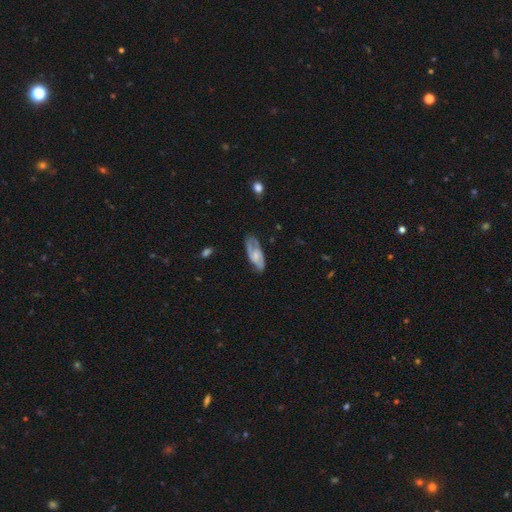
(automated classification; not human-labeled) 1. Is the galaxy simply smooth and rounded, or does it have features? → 62% featured or disk, 32% smooth, 6% star or artifact.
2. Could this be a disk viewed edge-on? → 90% no, 10% yes.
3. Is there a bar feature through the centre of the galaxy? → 61% no, 31% weak, 7% strong.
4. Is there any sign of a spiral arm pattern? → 83% yes, 17% no.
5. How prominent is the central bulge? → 50% small, 29% moderate, 15% none, 4% large, 1% dominant.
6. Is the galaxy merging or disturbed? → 69% none, 22% minor disturbance, 8% major disturbance, 2% merger.